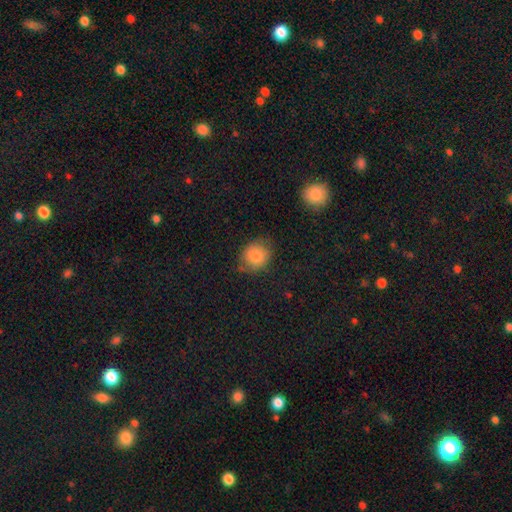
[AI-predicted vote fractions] Smooth or featured? smooth (80%)
How rounded? round (72%)
Merging? none (71%)